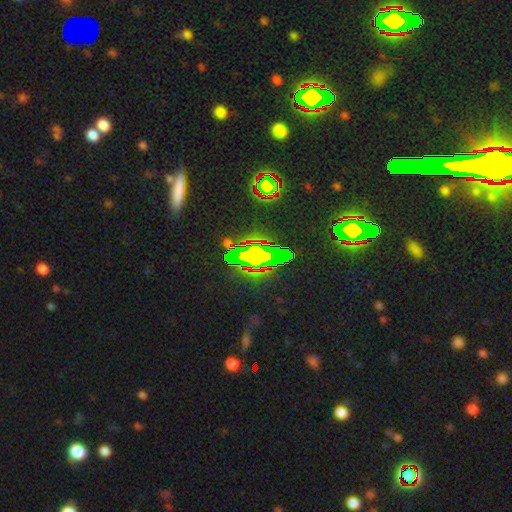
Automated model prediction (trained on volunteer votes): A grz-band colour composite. It shows a star or artifact, not a galaxy (73%).